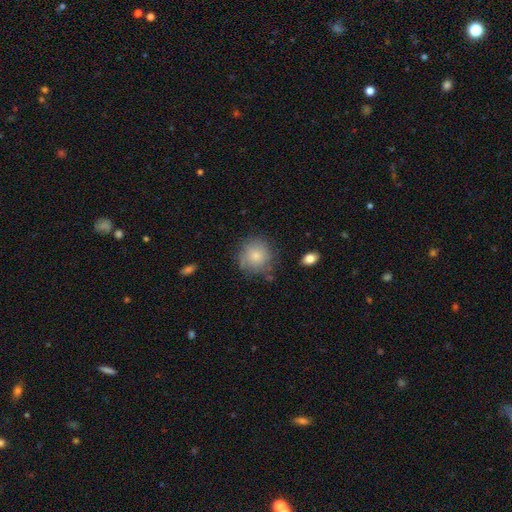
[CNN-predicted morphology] A smooth galaxy with no disk features (81%) that is round (91%).

Vote fractions:
- Smooth or featured? smooth: 81% / featured or disk: 11% / star or artifact: 8%
- How rounded? round: 91% / in between: 8% / cigar-shaped: 1%
- Merging? none: 74% / minor disturbance: 18% / major disturbance: 5% / merger: 3%